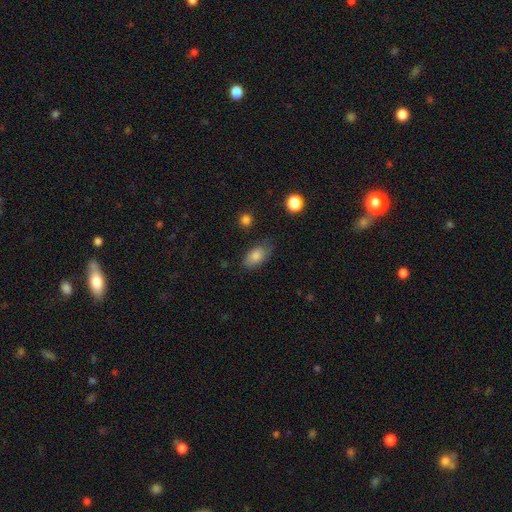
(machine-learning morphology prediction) This is clearly a smooth galaxy (80%). How rounded: clearly in between (90%). Merging: likely none (71%).